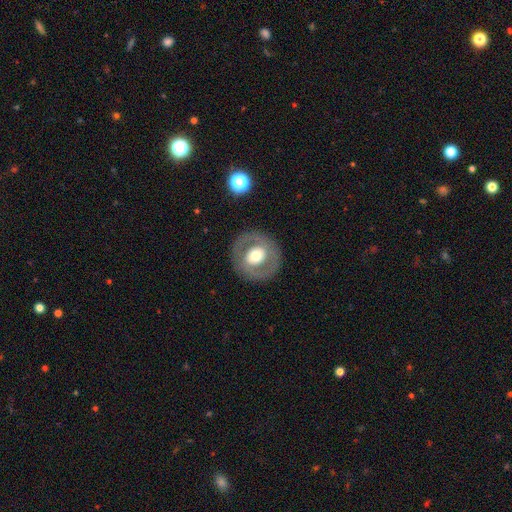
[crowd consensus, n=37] A featured or disk galaxy (49%) with no bar (47%), no spiral arms (94%) and a moderate central bulge (59%). Merging: none (91%).